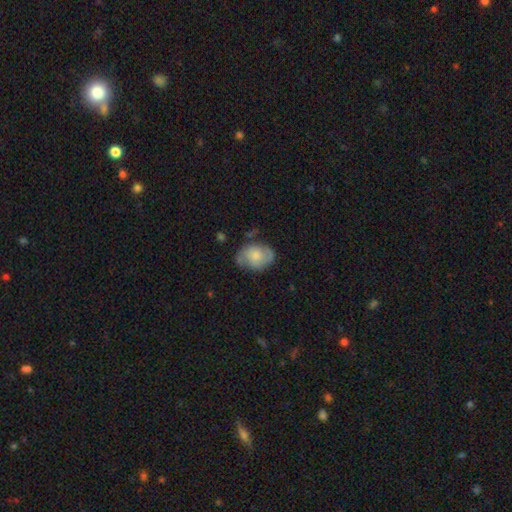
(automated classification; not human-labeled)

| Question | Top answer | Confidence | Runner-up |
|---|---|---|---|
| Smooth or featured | smooth | 61% | featured or disk (32%) |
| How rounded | in between | 71% | round (28%) |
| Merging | none | 59% | minor disturbance (29%) |